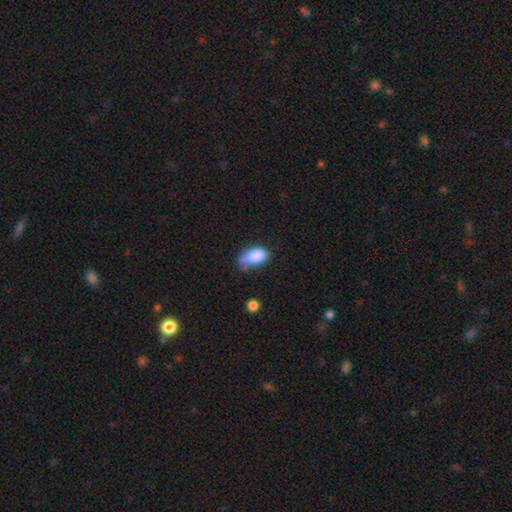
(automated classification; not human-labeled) smooth 81%, featured or disk 11%, star or artifact 8%. Down the decision tree: how rounded — in between (90%); merging — minor disturbance (39%).